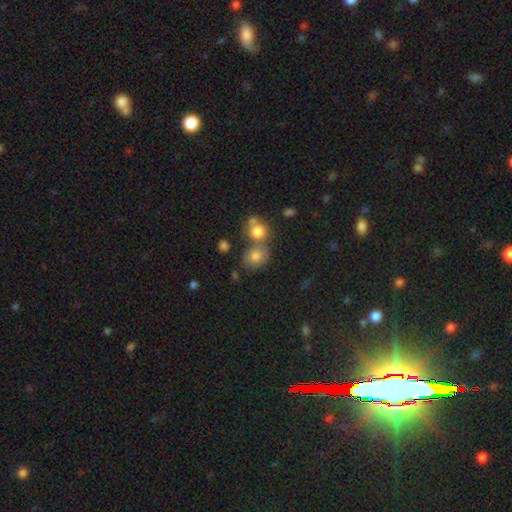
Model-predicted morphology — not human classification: smooth_or_featured: star or artifact (p=0.56) [alt: smooth p=0.28]